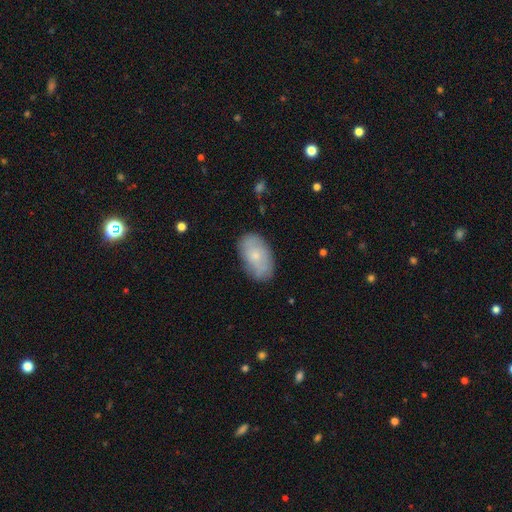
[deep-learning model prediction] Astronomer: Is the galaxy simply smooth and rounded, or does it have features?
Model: smooth — 63%.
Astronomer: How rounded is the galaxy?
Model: in between — 93%.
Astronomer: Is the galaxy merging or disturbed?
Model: none — 78%.